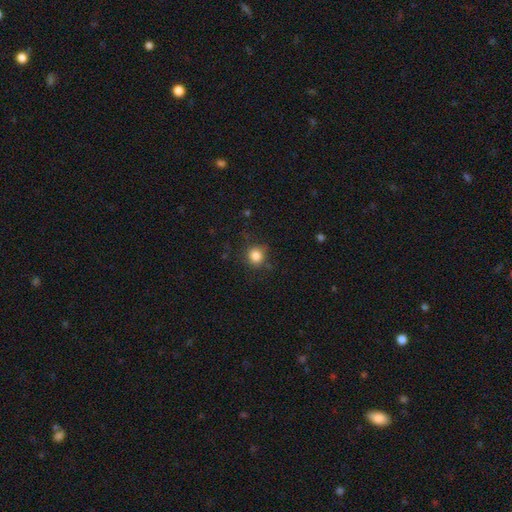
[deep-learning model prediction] This is clearly a smooth galaxy (84%). How rounded: clearly round (89%). Merging: clearly none (80%).